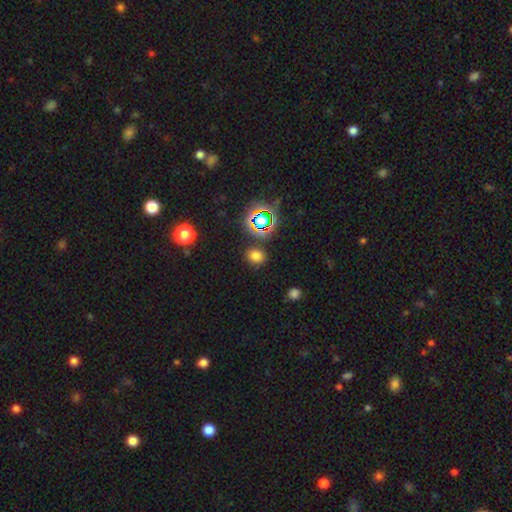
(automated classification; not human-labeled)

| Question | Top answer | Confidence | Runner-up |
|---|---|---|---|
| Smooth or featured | smooth | 68% | star or artifact (26%) |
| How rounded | round | 61% | in between (38%) |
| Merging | none | 83% | minor disturbance (9%) |